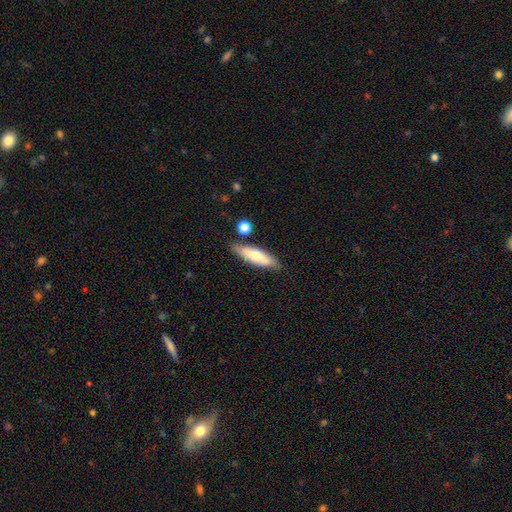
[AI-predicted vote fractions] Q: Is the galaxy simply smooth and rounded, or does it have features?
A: smooth — 65%.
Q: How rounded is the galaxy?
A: cigar-shaped — 58%.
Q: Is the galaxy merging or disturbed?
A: none — 77%.